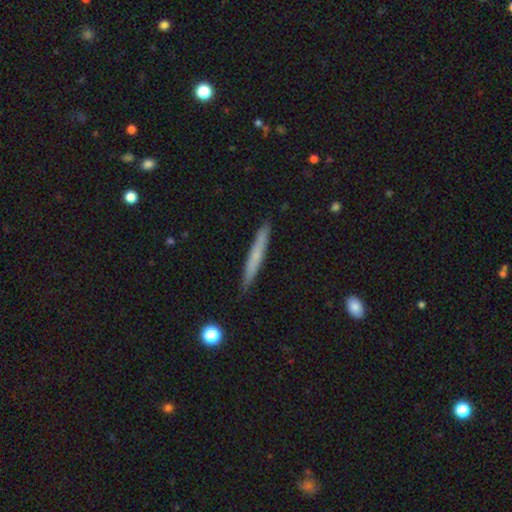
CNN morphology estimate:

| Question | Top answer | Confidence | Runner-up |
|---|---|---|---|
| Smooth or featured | smooth | 55% | featured or disk (38%) |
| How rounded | cigar-shaped | 96% | in between (3%) |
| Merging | none | 90% | minor disturbance (8%) |